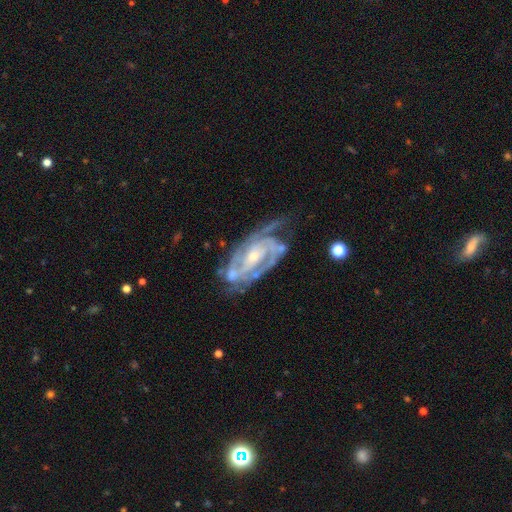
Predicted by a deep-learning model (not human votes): Smooth or featured? featured or disk (87%)
Edge-on disk? no (94%)
Bar? weak (40%, tied with no)
Spiral arms? yes (96%)
Spiral winding? tight (54%)
Spiral arm count? 2 (35%)
Bulge size? small (51%)
Merging? none (58%)